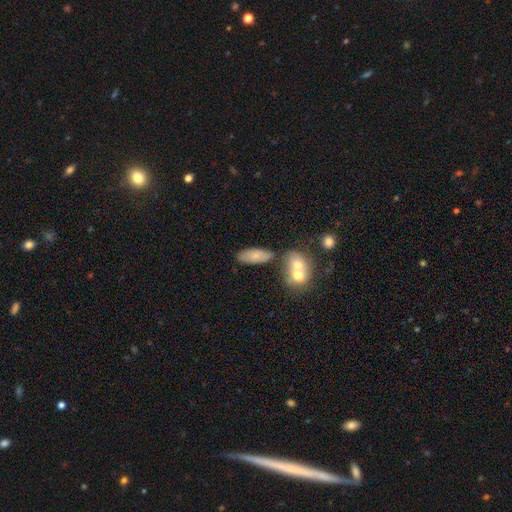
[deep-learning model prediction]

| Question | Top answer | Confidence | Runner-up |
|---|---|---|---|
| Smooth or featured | smooth | 73% | featured or disk (19%) |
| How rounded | in between | 83% | cigar-shaped (14%) |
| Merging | none | 65% | minor disturbance (15%) |